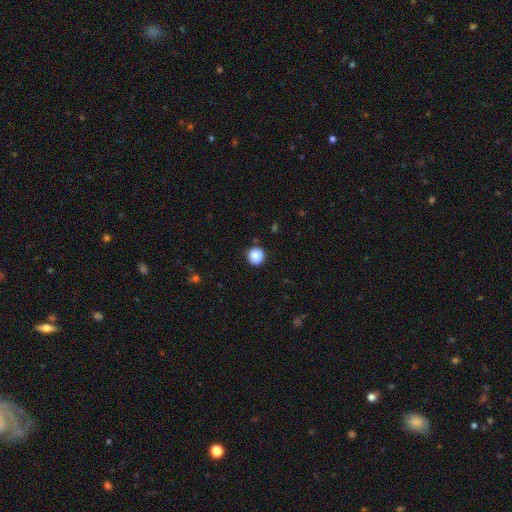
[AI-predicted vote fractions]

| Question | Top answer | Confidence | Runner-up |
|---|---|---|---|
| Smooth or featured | smooth | 87% | star or artifact (9%) |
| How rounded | round | 92% | in between (7%) |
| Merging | none | 84% | minor disturbance (11%) |